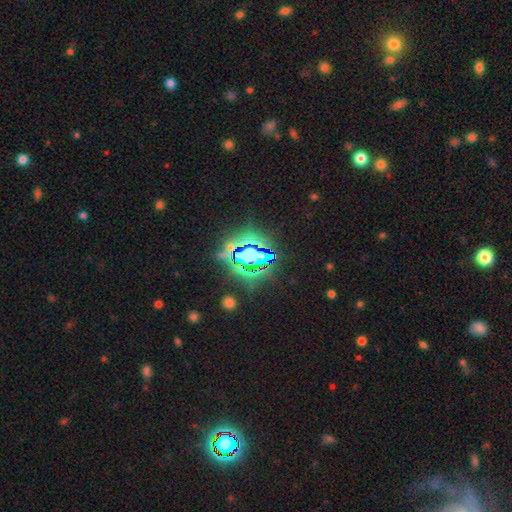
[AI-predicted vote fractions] smooth-or-featured: star or artifact: 70% | smooth: 19% | featured or disk: 12%